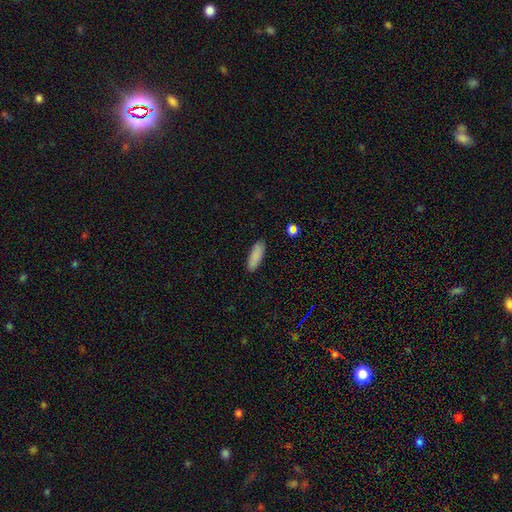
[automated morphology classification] The model was most divided on "how rounded": in between: 59%, cigar-shaped: 39%, round: 2%. More confident: smooth or featured — smooth (88%); merging — none (87%).